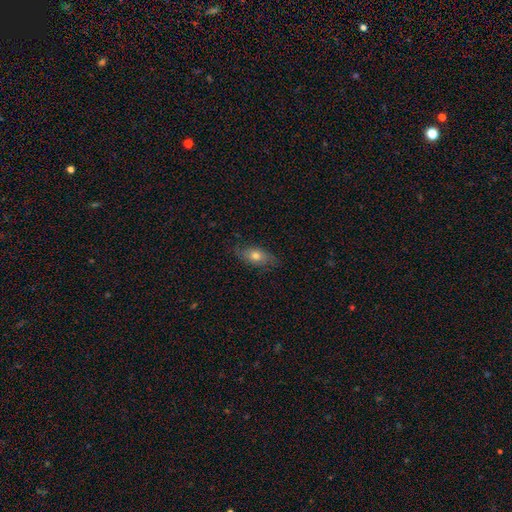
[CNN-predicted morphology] smooth-or-featured: smooth: 58% | featured or disk: 34% | star or artifact: 8%
  how-rounded: in between: 83% | cigar-shaped: 10% | round: 7%
  merging: none: 75% | minor disturbance: 19% | major disturbance: 5% | merger: 1%